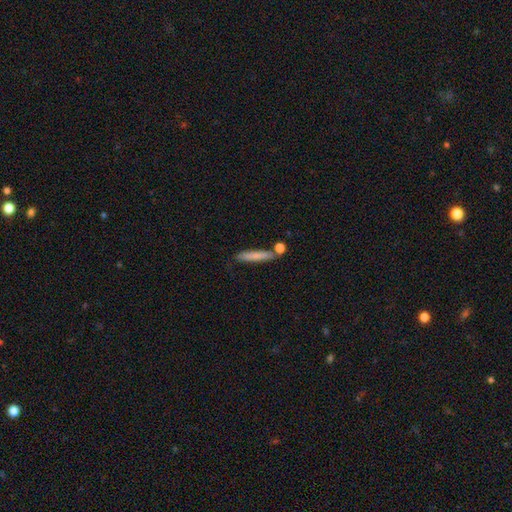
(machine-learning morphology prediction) smooth_or_featured: smooth (p=0.76) [alt: featured or disk p=0.18]
how_rounded: cigar-shaped (p=0.91) [alt: in between p=0.07]
merging: none (p=0.73) [alt: minor disturbance p=0.13]